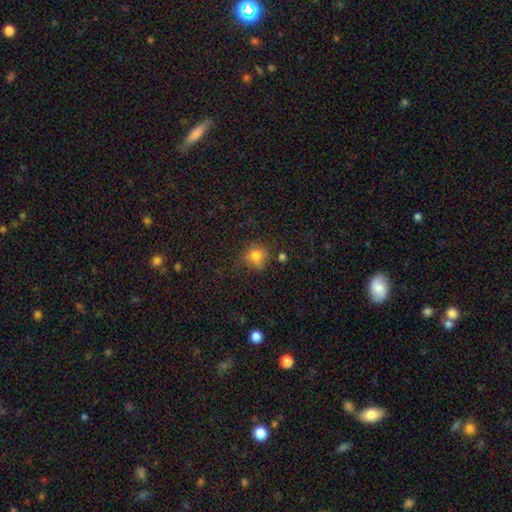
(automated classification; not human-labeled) The model was most divided on "merging": none: 61%, minor disturbance: 22%, major disturbance: 11%, merger: 6%. More confident: how rounded — round (79%); smooth or featured — smooth (74%).